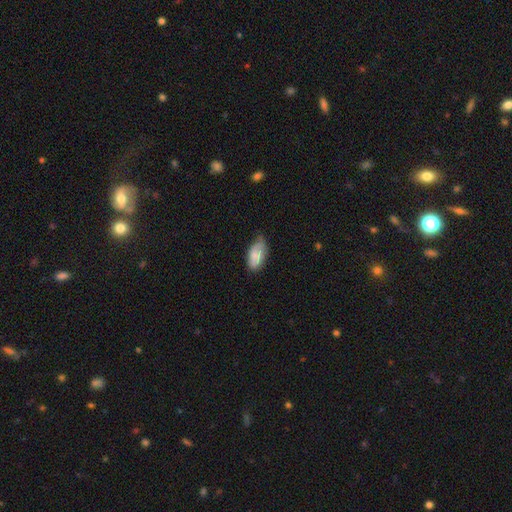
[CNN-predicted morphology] The model was most divided on "merging": none: 58%, minor disturbance: 34%, major disturbance: 6%, merger: 2%. More confident: how rounded — in between (94%); smooth or featured — smooth (78%).